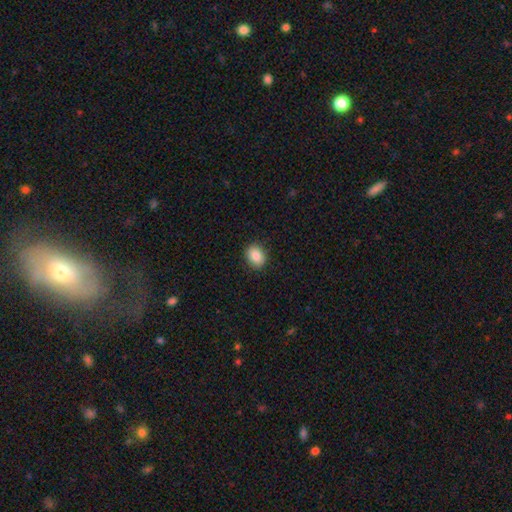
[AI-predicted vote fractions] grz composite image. It shows a smooth galaxy with no disk features (87%) that is in between round and cigar-shaped (54%). Merging: none (89%).